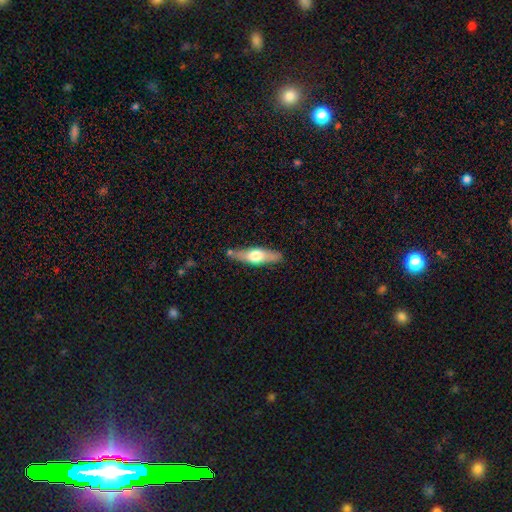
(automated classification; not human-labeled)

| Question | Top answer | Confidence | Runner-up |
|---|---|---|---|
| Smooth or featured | featured or disk | 49% | smooth (45%) |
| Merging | none | 80% | minor disturbance (13%) |